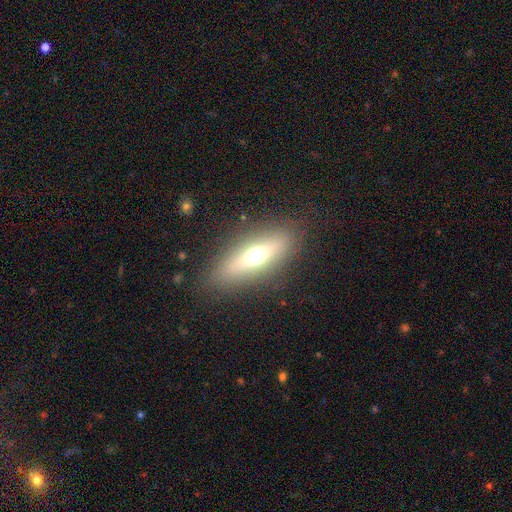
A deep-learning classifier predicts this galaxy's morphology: A smooth galaxy with no disk features (48%). Merging: none (85%).